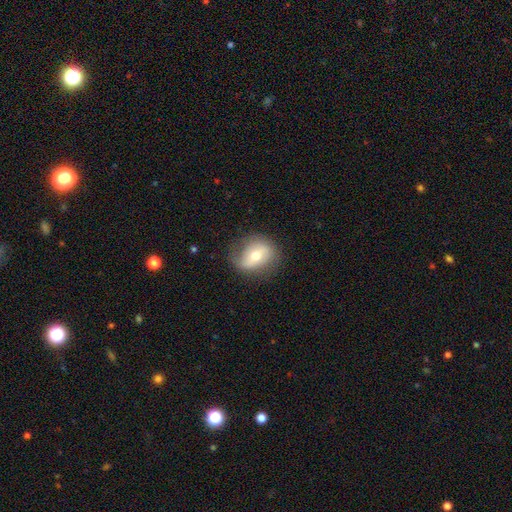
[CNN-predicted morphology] smooth 52%, featured or disk 39%, star or artifact 8%. Down the decision tree: how rounded — in between (54%); merging — none (69%).